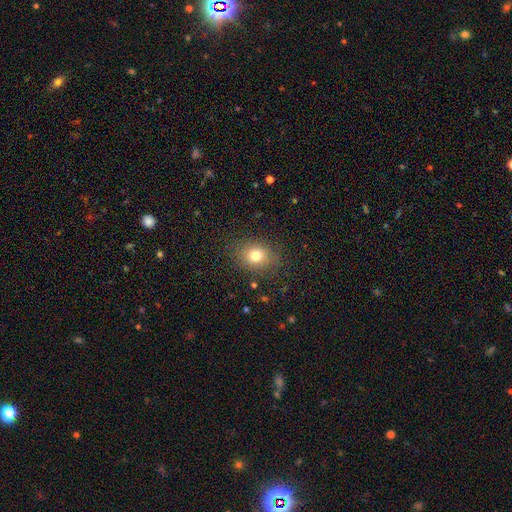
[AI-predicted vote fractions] Smooth or featured? smooth (77%)
How rounded? round (52%)
Merging? none (84%)